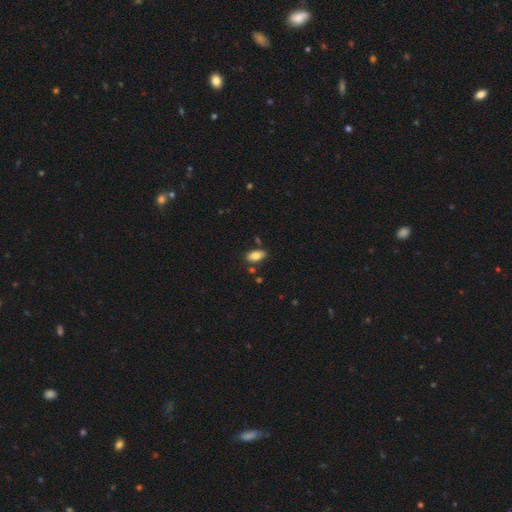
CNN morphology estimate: smooth 79%, featured or disk 13%, star or artifact 7%. Down the decision tree: how rounded — in between (91%); merging — none (79%).